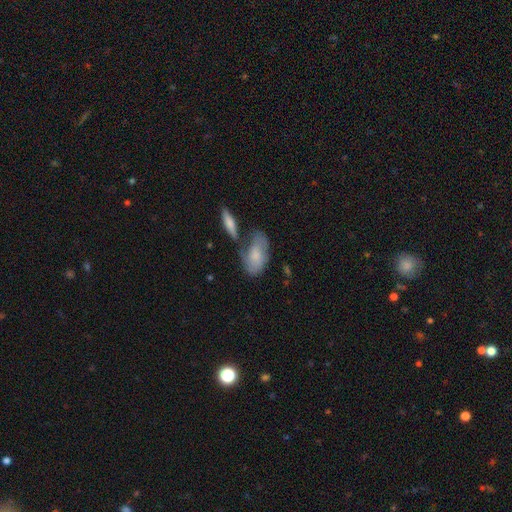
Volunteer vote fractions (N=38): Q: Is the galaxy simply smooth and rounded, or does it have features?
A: smooth — 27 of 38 (71%).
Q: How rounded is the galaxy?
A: in between — 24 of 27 (89%).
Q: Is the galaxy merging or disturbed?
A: merger — 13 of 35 (37%).